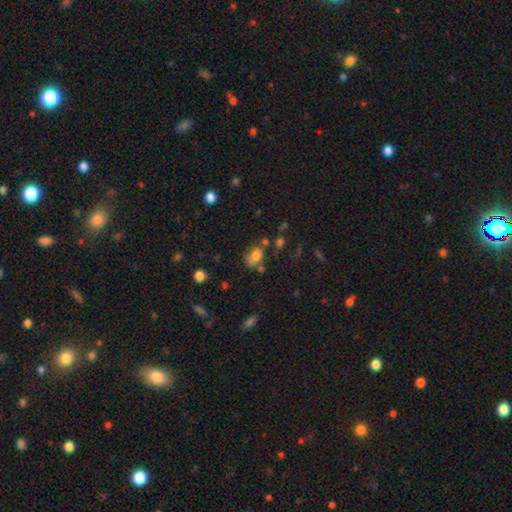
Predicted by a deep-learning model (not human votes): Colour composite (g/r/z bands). It shows a smooth galaxy with no disk features (73%) that is in between round and cigar-shaped (69%). Merging: none (47%).